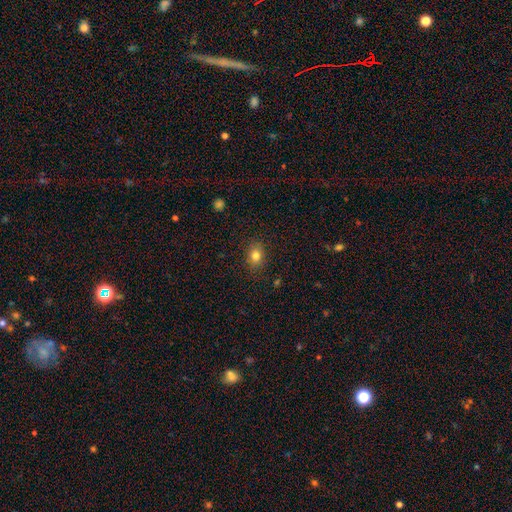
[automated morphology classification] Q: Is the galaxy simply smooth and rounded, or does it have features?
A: smooth — 81%.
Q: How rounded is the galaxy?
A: in between — 56%.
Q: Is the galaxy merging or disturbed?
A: none — 87%.